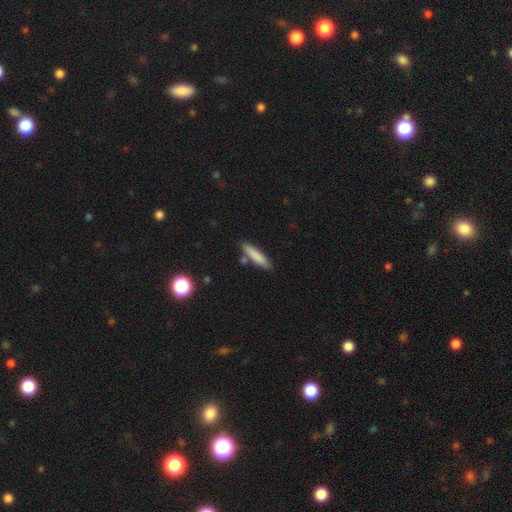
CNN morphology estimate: Q: Smooth or featured?
A: smooth (82%); runner-up: featured or disk (11%)
Q: How rounded?
A: cigar-shaped (80%); runner-up: in between (18%)
Q: Merging?
A: none (79%); runner-up: minor disturbance (12%)